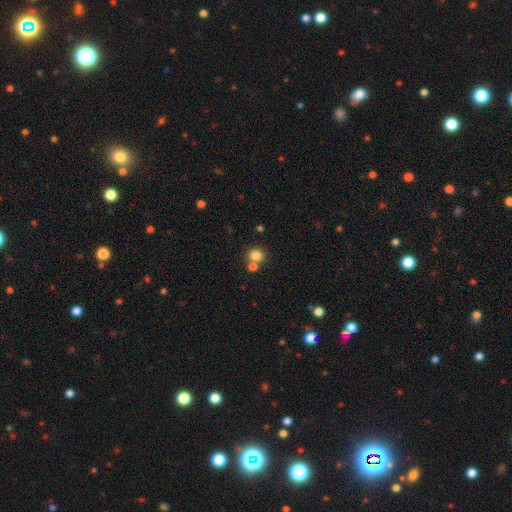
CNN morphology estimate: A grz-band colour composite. It shows a smooth galaxy with no disk features (81%) that is round (79%). Merging: none (59%).